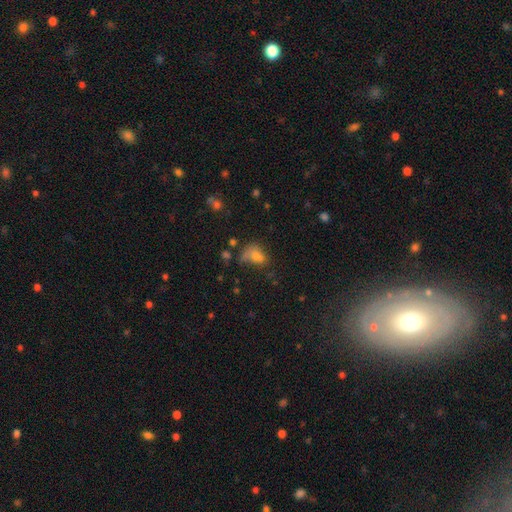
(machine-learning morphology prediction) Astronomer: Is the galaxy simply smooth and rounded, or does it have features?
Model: smooth — 63%.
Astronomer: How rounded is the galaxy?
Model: in between — 73%.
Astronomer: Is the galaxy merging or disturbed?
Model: none — 34% (runner-up: major disturbance, 29%).